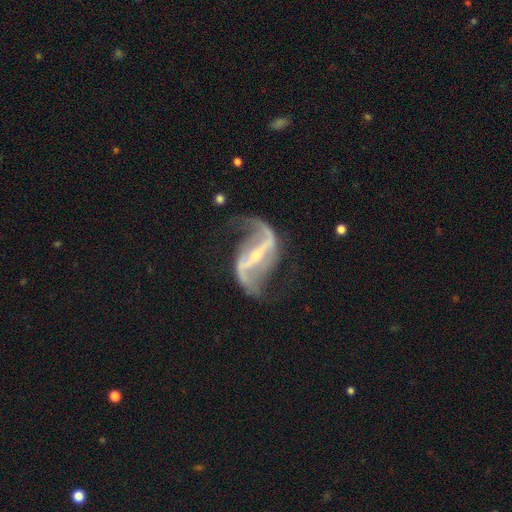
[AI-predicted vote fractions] This is clearly a featured or disk galaxy (91%). It is clearly not viewed edge-on (96%). Bar: likely strong (71%). Spiral arm pattern: clearly yes (96%). Spiral arm count: clearly 2 (92%). Spiral winding: likely loose (72%). Central bulge: likely small (65%). Merging: likely none (65%).